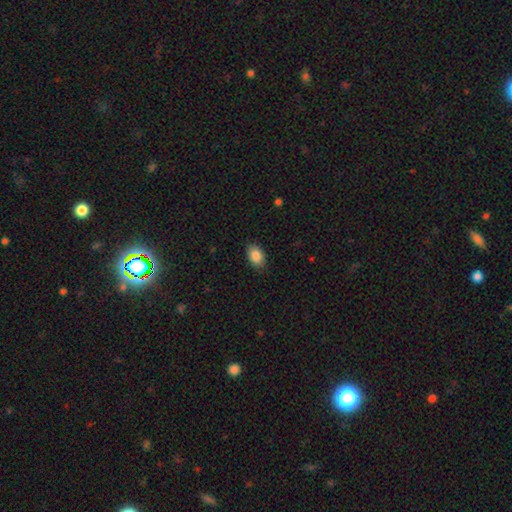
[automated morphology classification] Q: Smooth or featured?
A: smooth (88%); runner-up: star or artifact (7%)
Q: How rounded?
A: in between (87%); runner-up: round (11%)
Q: Merging?
A: none (87%); runner-up: minor disturbance (10%)